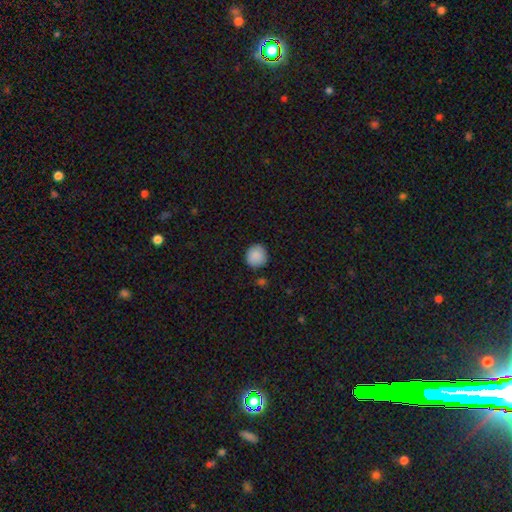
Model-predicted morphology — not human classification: Smooth or featured? smooth (89%)
How rounded? round (92%)
Merging? none (88%)